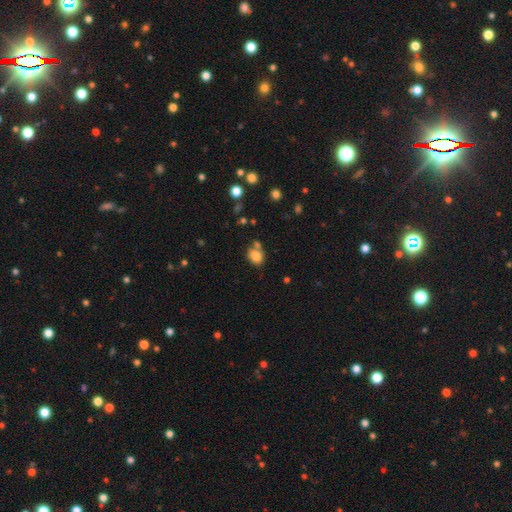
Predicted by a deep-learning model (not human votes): Overall: smooth (82%). How rounded: in between (56%; round 43%). Merging: none (60%).